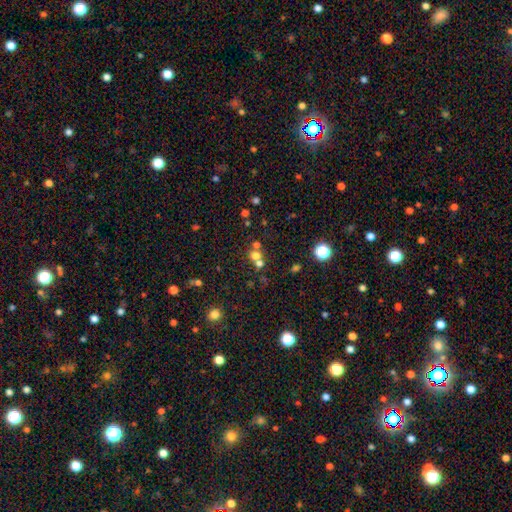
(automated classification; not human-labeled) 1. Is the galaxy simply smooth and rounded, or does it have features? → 62% smooth, 25% star or artifact, 13% featured or disk.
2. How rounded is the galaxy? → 82% round, 17% in between, 1% cigar-shaped.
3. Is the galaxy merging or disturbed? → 45% none (tied), 45% merger (tied), 6% minor disturbance, 4% major disturbance.